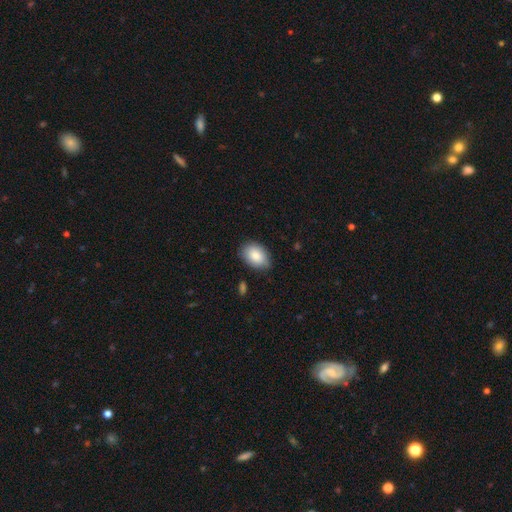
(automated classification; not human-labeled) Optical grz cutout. It shows a smooth galaxy with no disk features (86%) that is in between round and cigar-shaped (84%). Merging: none (78%).